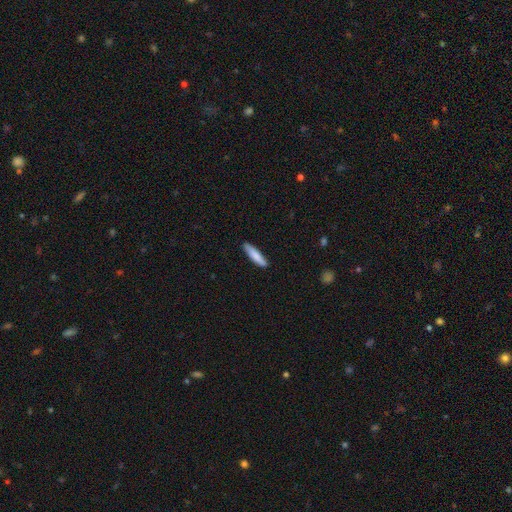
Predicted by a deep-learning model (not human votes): Overall: smooth (82%). How rounded: cigar-shaped (84%). Merging: none (88%).